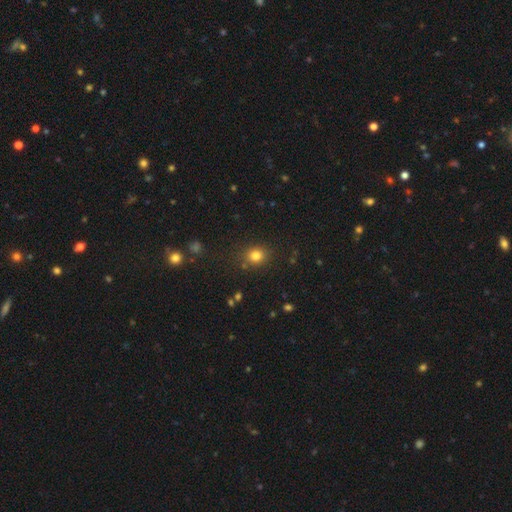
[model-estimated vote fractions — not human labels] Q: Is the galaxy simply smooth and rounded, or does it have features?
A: smooth — 81%.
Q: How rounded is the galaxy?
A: round — 69%.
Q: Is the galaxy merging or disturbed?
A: none — 82%.